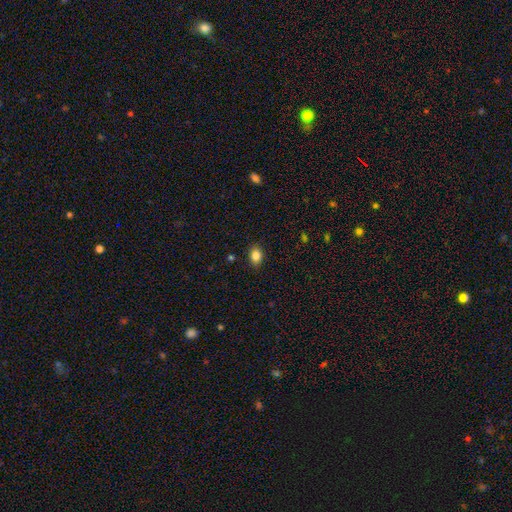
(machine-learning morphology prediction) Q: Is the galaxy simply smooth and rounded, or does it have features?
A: smooth — 85%.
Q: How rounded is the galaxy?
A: in between — 61%.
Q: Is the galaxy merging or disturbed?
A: none — 88%.